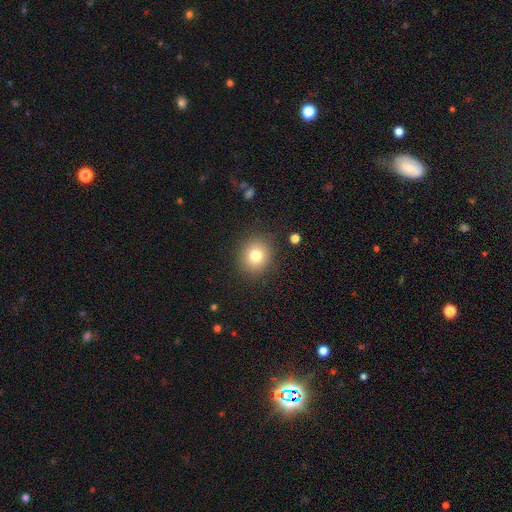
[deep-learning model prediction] This is likely a smooth galaxy (78%). How rounded: clearly round (82%). Merging: clearly none (88%).